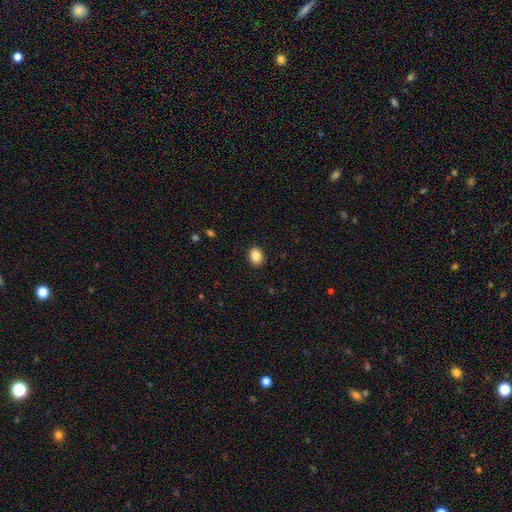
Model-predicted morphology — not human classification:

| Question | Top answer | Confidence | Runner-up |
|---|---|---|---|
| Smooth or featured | smooth | 87% | star or artifact (9%) |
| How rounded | in between | 60% | round (39%) |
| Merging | none | 90% | minor disturbance (7%) |